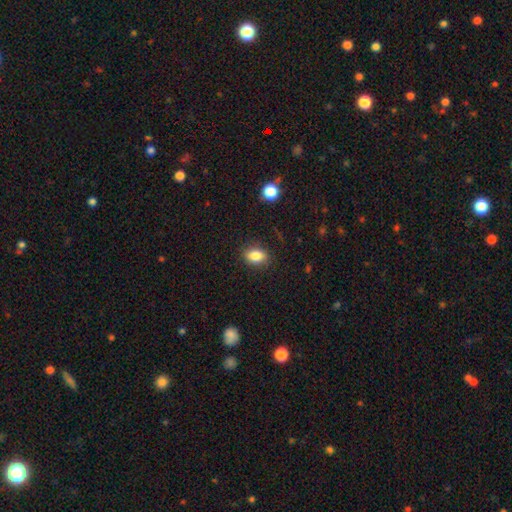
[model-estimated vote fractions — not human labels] smooth-or-featured: smooth: 84% | star or artifact: 9% | featured or disk: 7%
  how-rounded: in between: 77% | round: 21% | cigar-shaped: 2%
  merging: none: 87% | minor disturbance: 10% | major disturbance: 3% | merger: 1%